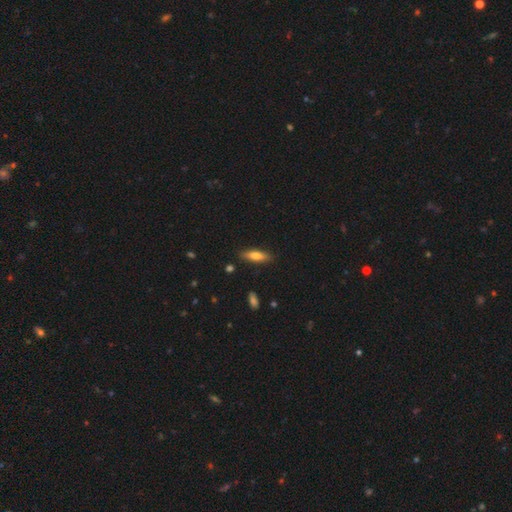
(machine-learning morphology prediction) Q: Smooth or featured?
A: smooth (71%); runner-up: featured or disk (23%)
Q: How rounded?
A: cigar-shaped (55%); runner-up: in between (43%)
Q: Merging?
A: none (86%); runner-up: minor disturbance (10%)